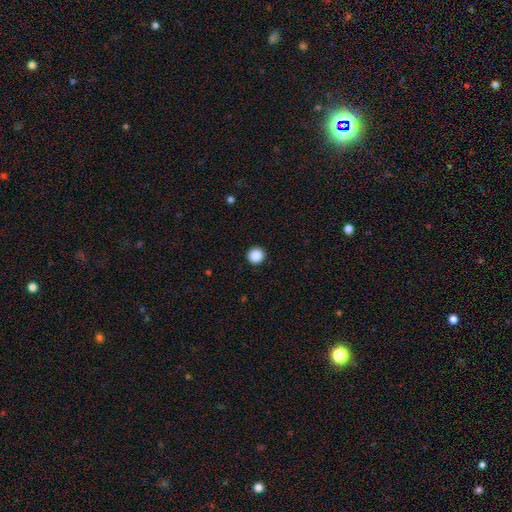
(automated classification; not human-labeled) Smooth or featured? Predicted: smooth (p=0.89). How rounded? Predicted: round (p=0.96). Merging? Predicted: none (p=0.93).